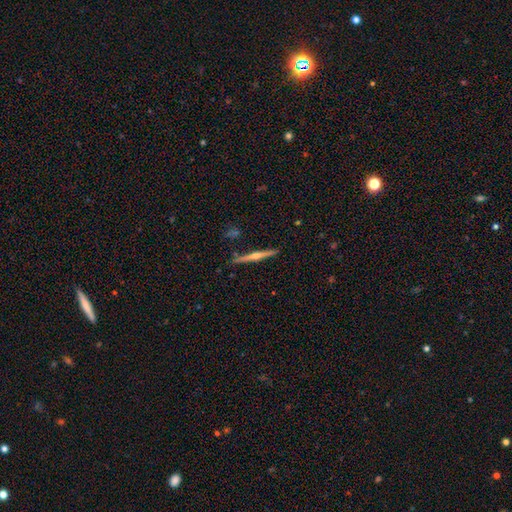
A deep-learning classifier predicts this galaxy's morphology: smooth_or_featured: featured or disk (p=0.79) [alt: smooth p=0.16]
disk_edge_on: yes (p=0.98) [alt: no p=0.02]
edge_on_bulge: rounded (p=0.87) [alt: none p=0.09]
merging: none (p=0.89) [alt: minor disturbance p=0.07]